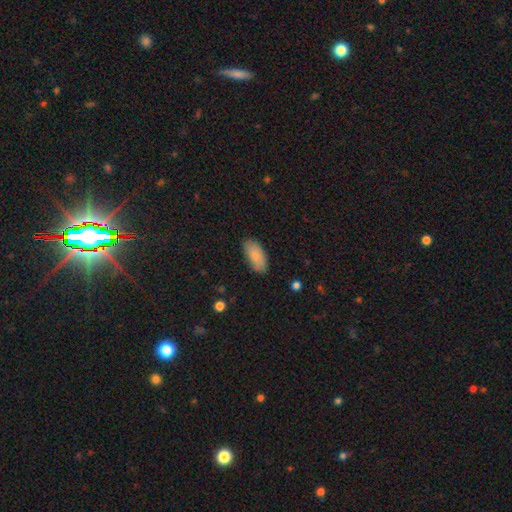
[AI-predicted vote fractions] A smooth galaxy with no disk features (83%) that is in between round and cigar-shaped (90%). Merging: none (81%).